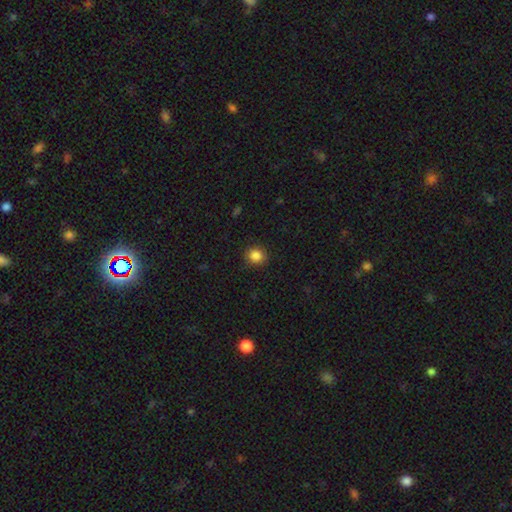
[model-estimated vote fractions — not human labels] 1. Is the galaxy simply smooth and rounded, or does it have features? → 86% smooth, 10% star or artifact, 4% featured or disk.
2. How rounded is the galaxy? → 86% round, 13% in between, 1% cigar-shaped.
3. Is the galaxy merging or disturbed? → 89% none, 8% minor disturbance, 2% major disturbance, 1% merger.